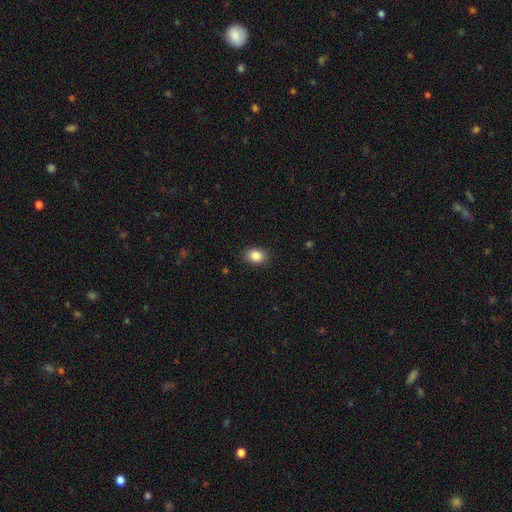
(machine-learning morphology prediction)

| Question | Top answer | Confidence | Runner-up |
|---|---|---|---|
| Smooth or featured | smooth | 86% | star or artifact (9%) |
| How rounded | in between | 68% | round (31%) |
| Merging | none | 89% | minor disturbance (8%) |